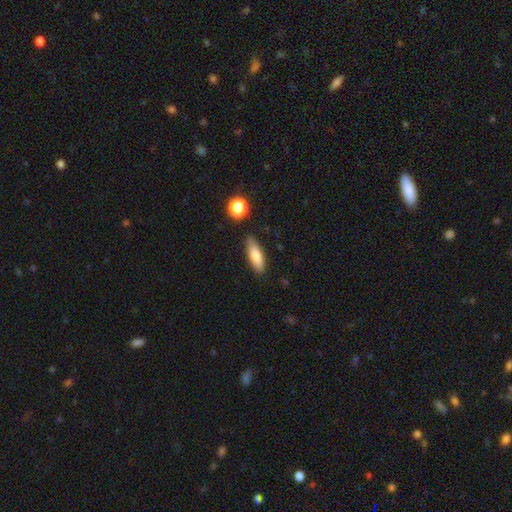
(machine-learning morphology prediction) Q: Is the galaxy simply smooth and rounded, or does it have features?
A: smooth — 78%.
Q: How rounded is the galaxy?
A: in between — 54%.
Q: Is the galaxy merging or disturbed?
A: none — 83%.